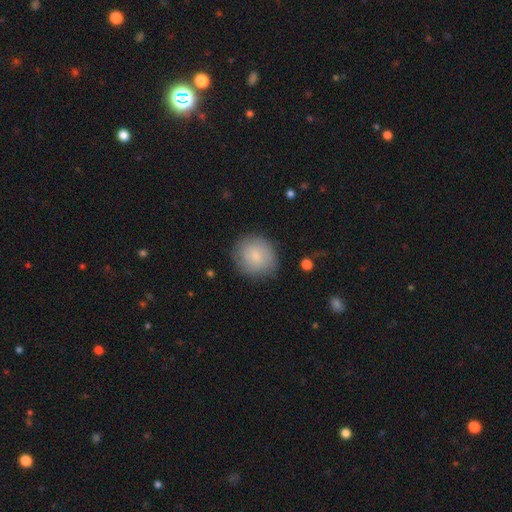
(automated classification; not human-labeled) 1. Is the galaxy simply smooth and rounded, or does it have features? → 77% smooth, 16% featured or disk, 7% star or artifact.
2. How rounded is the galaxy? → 86% round, 13% in between, 1% cigar-shaped.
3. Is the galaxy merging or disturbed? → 81% none, 14% minor disturbance, 4% major disturbance, 1% merger.